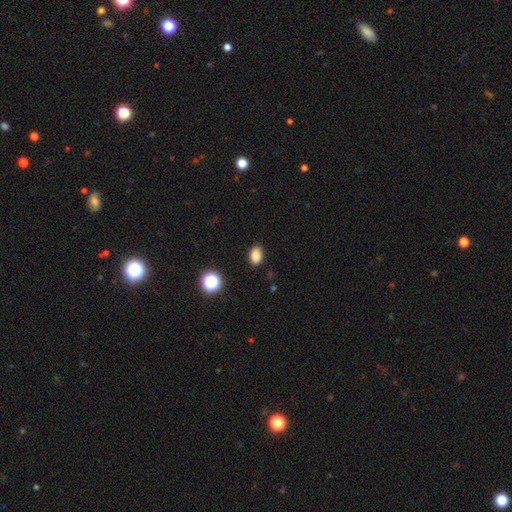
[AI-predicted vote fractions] Smooth or featured? smooth (84%)
How rounded? in between (82%)
Merging? none (87%)